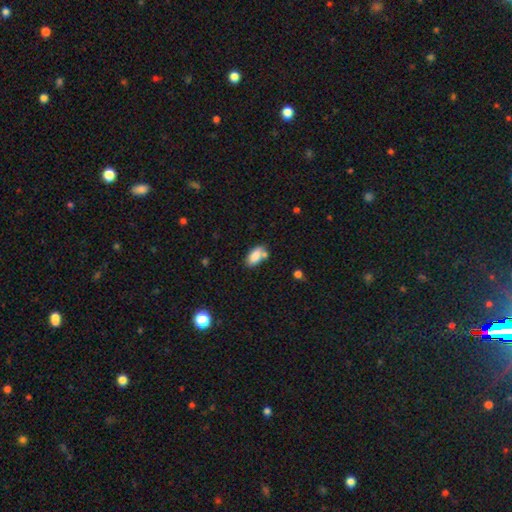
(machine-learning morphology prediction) type=smooth (83%); roundness=in between (89%); merging=none (58%).